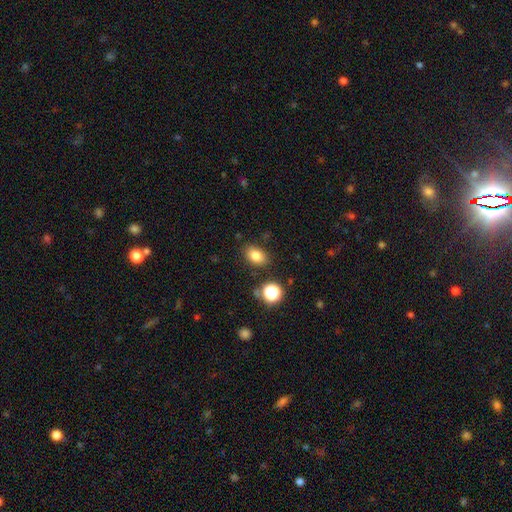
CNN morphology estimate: Overall: smooth (81%). How rounded: in between (79%). Merging: none (83%).